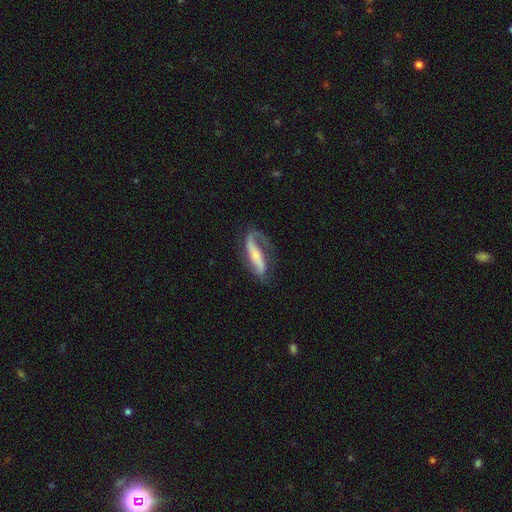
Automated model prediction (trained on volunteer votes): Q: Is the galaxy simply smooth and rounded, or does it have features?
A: featured or disk — 76%.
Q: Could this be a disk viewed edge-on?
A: no — 82%.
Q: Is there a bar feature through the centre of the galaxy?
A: strong — 50%.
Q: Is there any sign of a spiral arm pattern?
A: yes — 91%.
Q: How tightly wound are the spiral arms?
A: loose — 48%.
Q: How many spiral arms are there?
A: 2 — 67%.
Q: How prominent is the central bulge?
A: small — 63%.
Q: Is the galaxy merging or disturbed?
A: none — 55%.